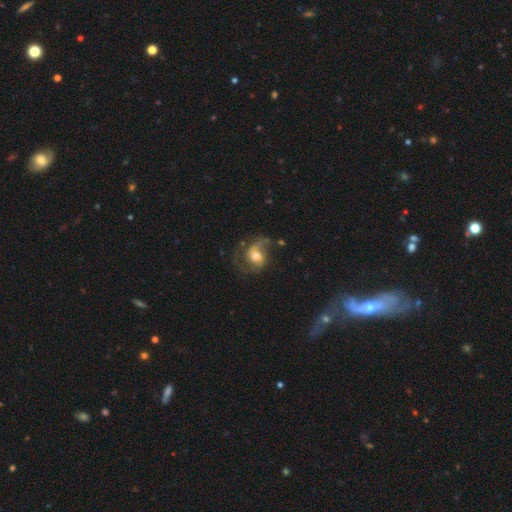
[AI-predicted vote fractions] featured or disk 76%, smooth 17%, star or artifact 7%. Down the decision tree: edge-on disk — no (98%); bar — no (59%); spiral arms — yes (94%); spiral arm count — 2 (76%); spiral winding — loose (46%); bulge size — moderate (62%); merging — none (56%).